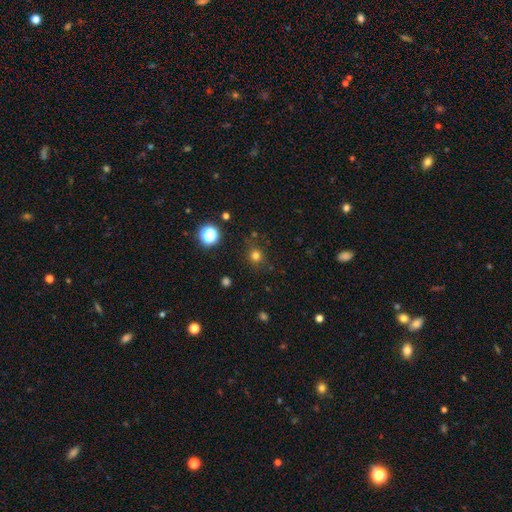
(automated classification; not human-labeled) This is likely a smooth galaxy (75%). How rounded: clearly round (90%). Merging: clearly none (84%).